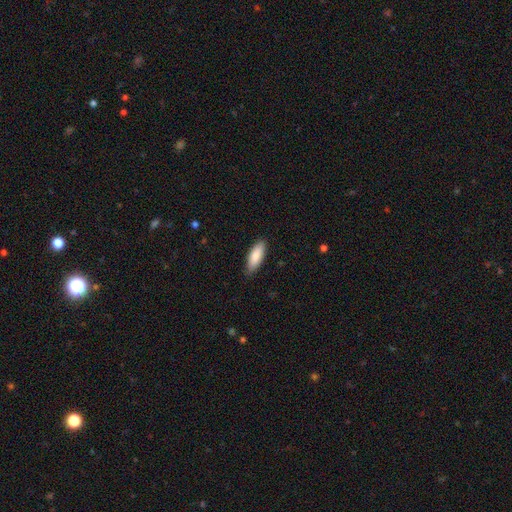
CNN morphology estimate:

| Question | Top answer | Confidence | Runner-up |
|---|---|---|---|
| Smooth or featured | smooth | 86% | featured or disk (9%) |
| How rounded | in between | 67% | cigar-shaped (32%) |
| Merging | none | 84% | minor disturbance (13%) |